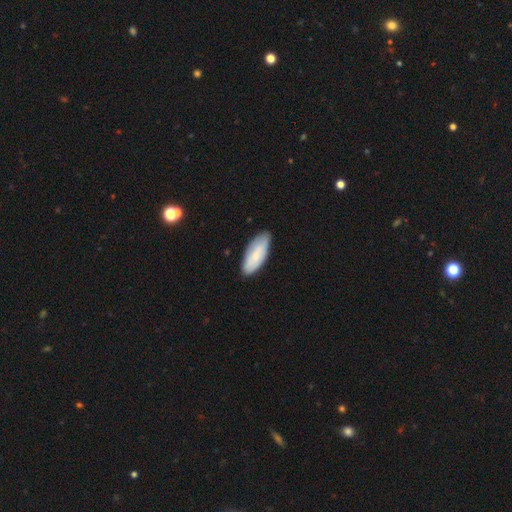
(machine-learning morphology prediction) smooth 68%, featured or disk 26%, star or artifact 6%. Down the decision tree: how rounded — in between (79%); merging — none (81%).